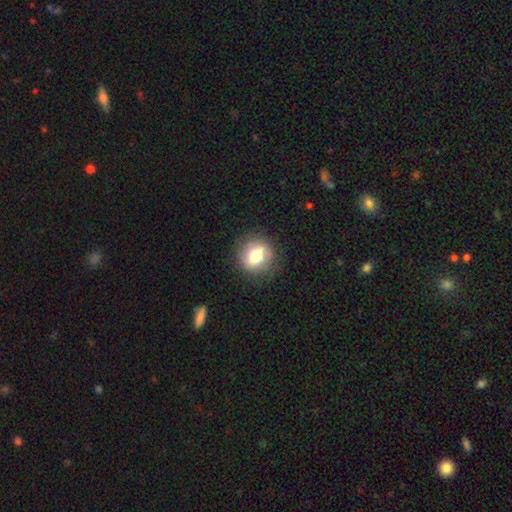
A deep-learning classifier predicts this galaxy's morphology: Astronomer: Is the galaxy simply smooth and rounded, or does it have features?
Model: smooth — 68%.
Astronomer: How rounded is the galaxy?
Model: round — 78%.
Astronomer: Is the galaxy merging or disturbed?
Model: none — 86%.